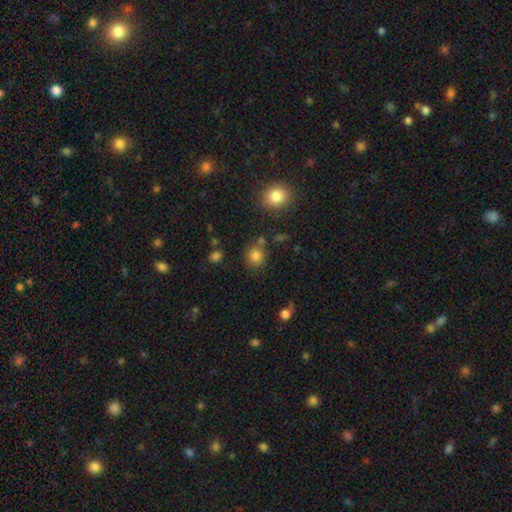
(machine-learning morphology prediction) A smooth galaxy with no disk features (81%) that is round (84%).

Vote fractions:
- Smooth or featured? smooth: 81% / star or artifact: 13% / featured or disk: 6%
- How rounded? round: 84% / in between: 15% / cigar-shaped: 1%
- Merging? none: 76% / minor disturbance: 11% / merger: 10% / major disturbance: 4%